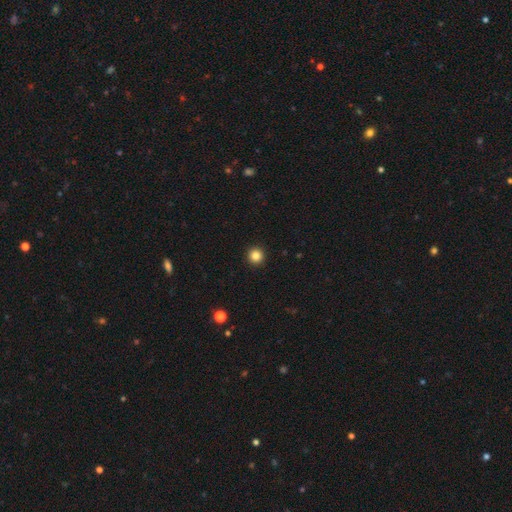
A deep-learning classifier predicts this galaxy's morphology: Smooth or featured?
  - smooth: 85% *
  - star or artifact: 11%
  - featured or disk: 4%
How rounded?
  - round: 96% *
  - in between: 3%
  - cigar-shaped: 1%
Merging?
  - none: 94% *
  - minor disturbance: 4%
  - major disturbance: 1%
  - merger: 1%